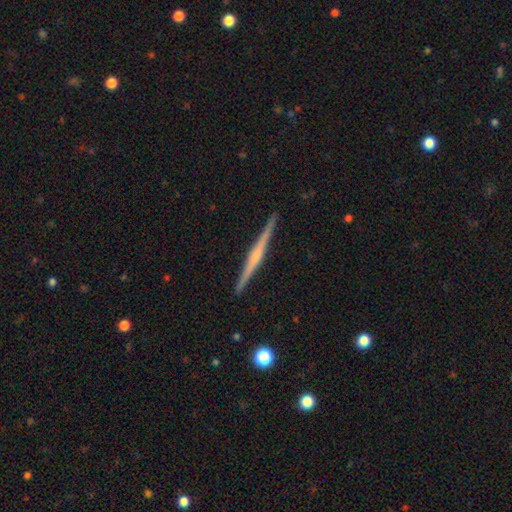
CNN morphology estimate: smooth-or-featured: featured or disk: 76% | smooth: 19% | star or artifact: 5%
  disk-edge-on: yes: 99% | no: 1%
    edge-on-bulge: rounded: 56% | none: 30% | boxy: 15%
  merging: none: 92% | minor disturbance: 5% | major disturbance: 1% | merger: 1%